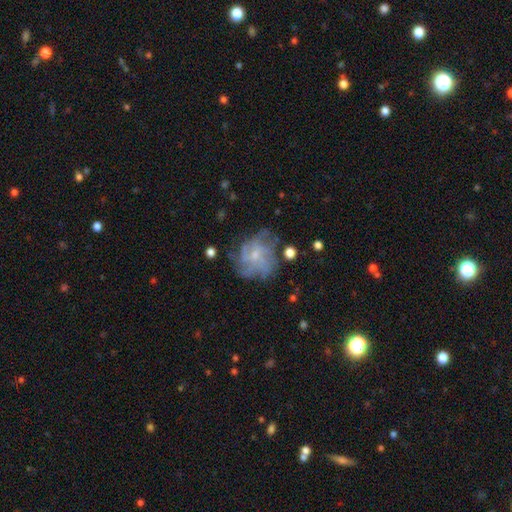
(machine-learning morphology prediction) This appears to be a featured or disk galaxy (65%) with no bar (71%), spiral arms (73%) and a small central bulge (66%). Merging: none (57%).